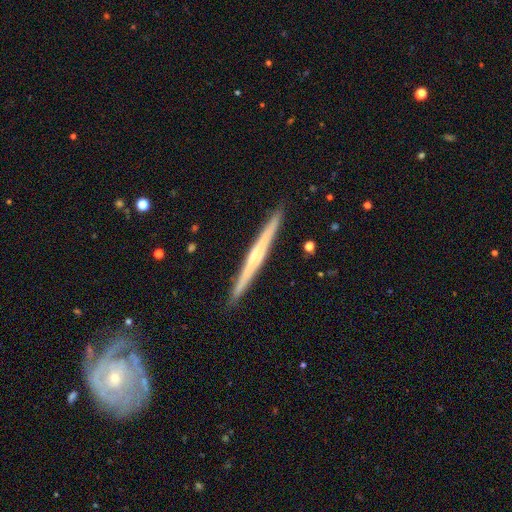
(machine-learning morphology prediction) Smooth or featured? featured or disk (67%)
Edge-on disk? yes (98%)
Edge-on bulge? rounded (47%)
Merging? none (92%)